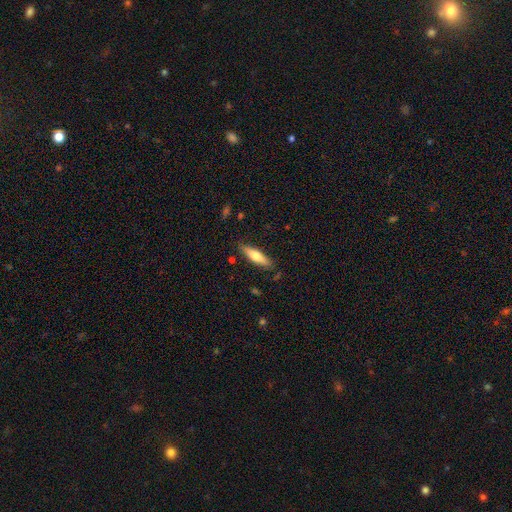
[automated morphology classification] This appears to be a smooth galaxy with no disk features (59%) that is cigar-shaped (68%). Merging: none (85%).